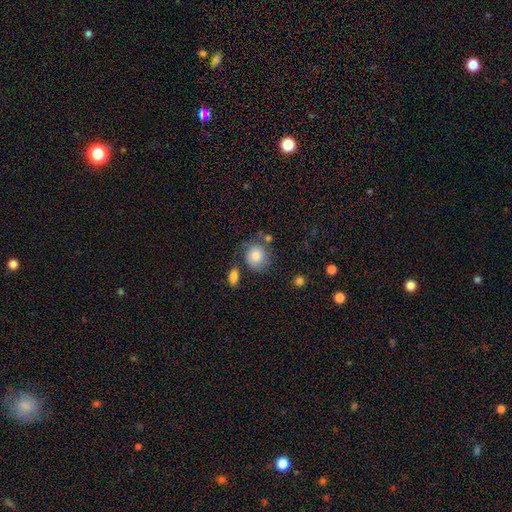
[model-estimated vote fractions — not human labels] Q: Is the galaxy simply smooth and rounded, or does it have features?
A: smooth — 77%.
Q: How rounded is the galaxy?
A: round — 77%.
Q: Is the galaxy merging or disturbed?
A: none — 59%.